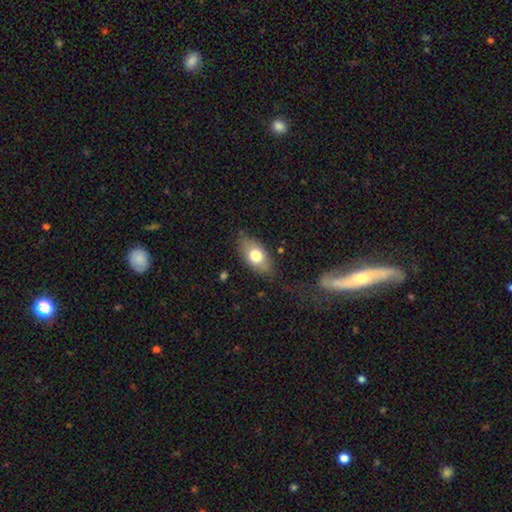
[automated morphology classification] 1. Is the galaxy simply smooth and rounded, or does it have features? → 72% smooth, 21% featured or disk, 7% star or artifact.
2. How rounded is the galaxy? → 90% in between, 6% round, 4% cigar-shaped.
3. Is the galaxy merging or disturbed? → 79% none, 16% minor disturbance, 4% major disturbance, 2% merger.